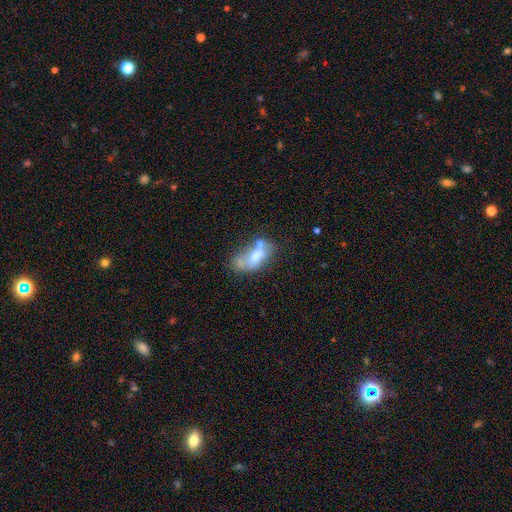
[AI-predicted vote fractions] The model was most divided on "merging": merger: 33%, none: 32%, minor disturbance: 21%, major disturbance: 14%. More confident: how rounded — in between (87%); smooth or featured — smooth (53%).